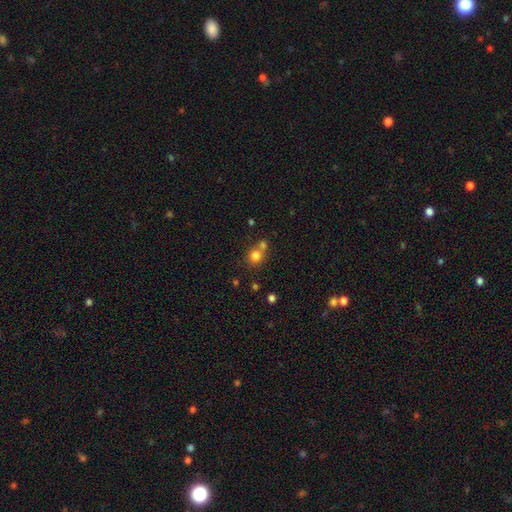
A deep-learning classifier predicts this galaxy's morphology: Smooth or featured?
  - smooth: 79% *
  - star or artifact: 13%
  - featured or disk: 9%
How rounded?
  - round: 84% *
  - in between: 15%
  - cigar-shaped: 1%
Merging?
  - none: 49% *
  - merger: 40%
  - minor disturbance: 8%
  - major disturbance: 3%